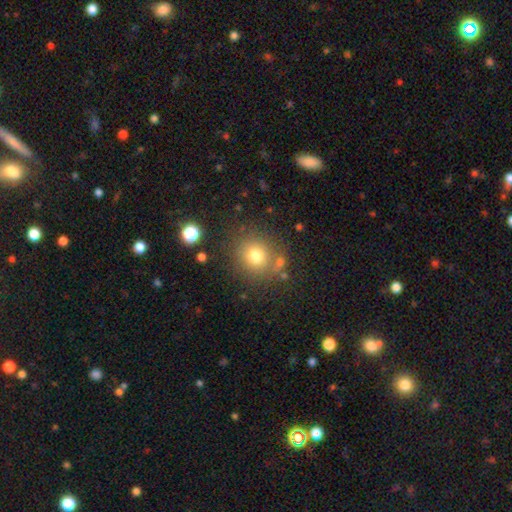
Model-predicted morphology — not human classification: Smooth or featured?
  - smooth: 75% *
  - star or artifact: 14%
  - featured or disk: 11%
How rounded?
  - round: 88% *
  - in between: 11%
  - cigar-shaped: 1%
Merging?
  - none: 77% *
  - minor disturbance: 11%
  - merger: 7%
  - major disturbance: 5%